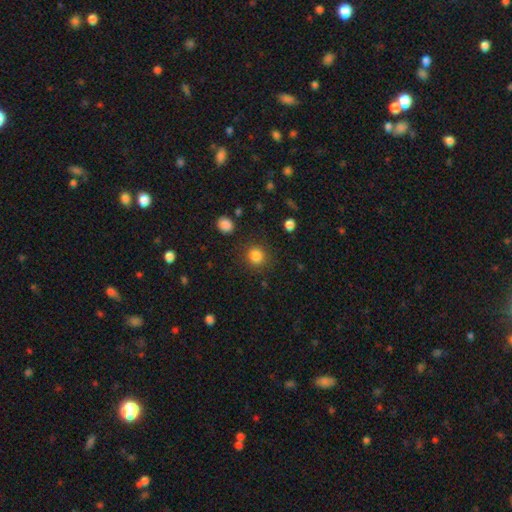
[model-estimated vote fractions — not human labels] smooth_or_featured: smooth (p=0.85) [alt: star or artifact p=0.11]
how_rounded: round (p=0.84) [alt: in between p=0.15]
merging: none (p=0.86) [alt: minor disturbance p=0.08]